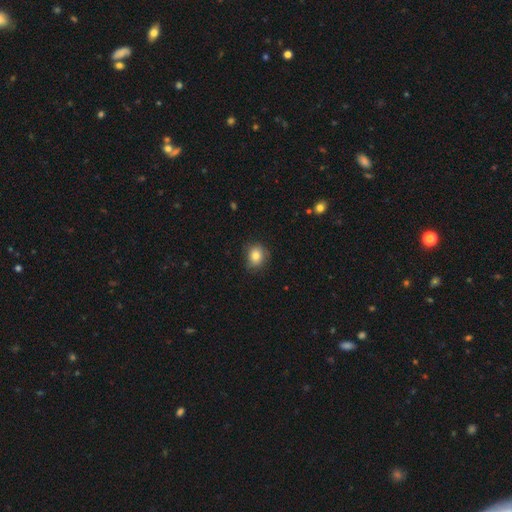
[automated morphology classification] This appears to be a smooth galaxy with no disk features (79%) that is round (71%). Merging: none (76%).